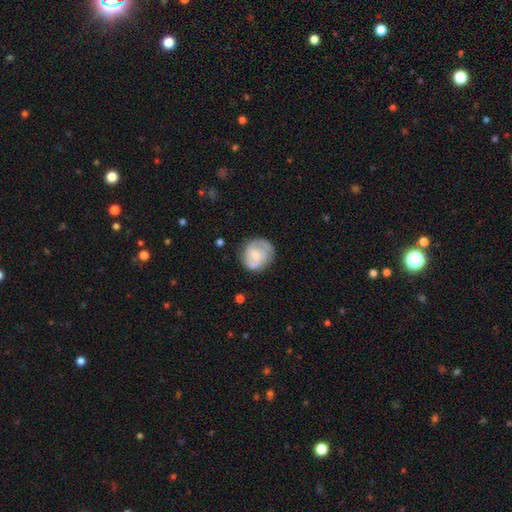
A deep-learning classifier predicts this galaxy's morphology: Overall: featured or disk (61%; smooth 34%). Edge-on disk: no (98%). Bar: weak (46%; no 43%). Spiral arms: yes (80%). Bulge size: small (50%; moderate 42%). Merging: none (66%).